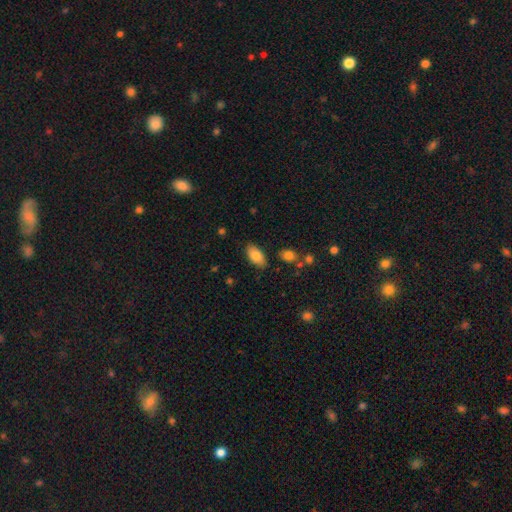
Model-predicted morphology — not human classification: smooth-or-featured: smooth: 81% | featured or disk: 12% | star or artifact: 7%
  how-rounded: in between: 93% | cigar-shaped: 4% | round: 4%
  merging: none: 83% | minor disturbance: 12% | major disturbance: 3% | merger: 2%